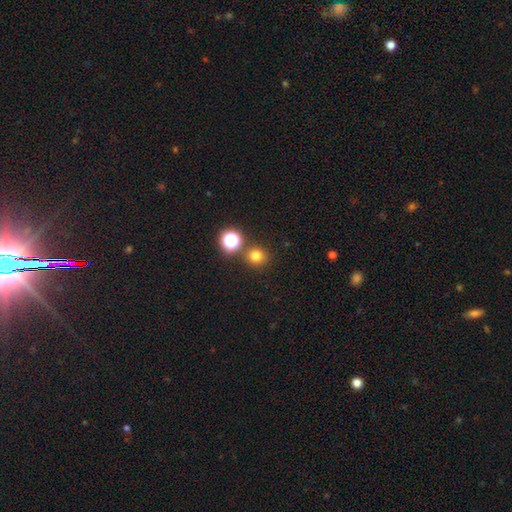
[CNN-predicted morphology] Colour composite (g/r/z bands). It shows a smooth galaxy with no disk features (76%) that is round (91%). Merging: none (82%).